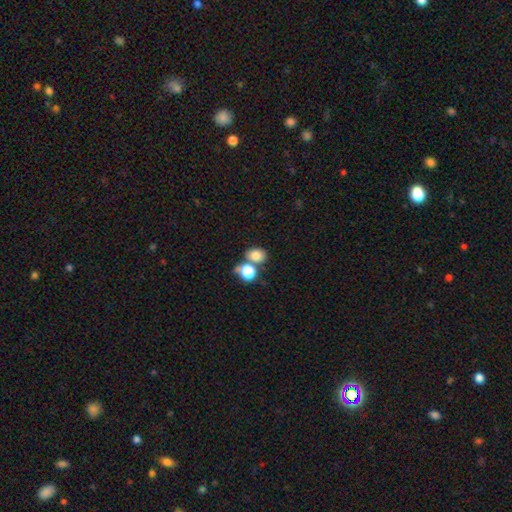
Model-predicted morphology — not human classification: Overall: smooth (79%). How rounded: round (51%; in between 48%). Merging: none (51%; merger 35%).